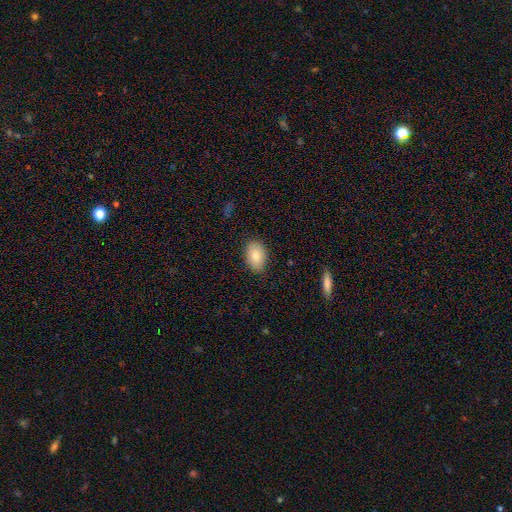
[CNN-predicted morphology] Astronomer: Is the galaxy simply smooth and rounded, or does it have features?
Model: smooth — 85%.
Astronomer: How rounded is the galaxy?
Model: in between — 89%.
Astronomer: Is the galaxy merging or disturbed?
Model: none — 86%.